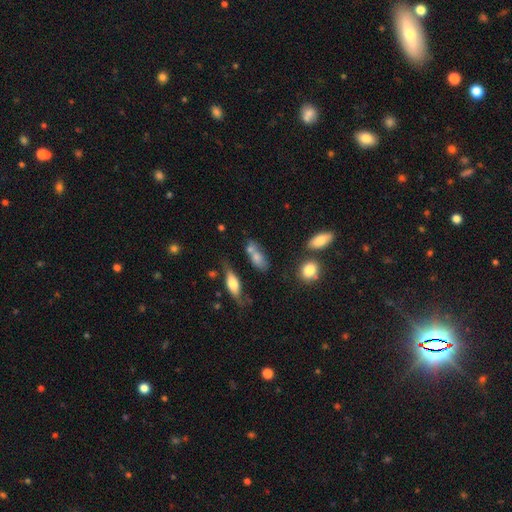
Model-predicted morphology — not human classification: The model was most divided on "merging": none: 43%, merger: 30%, minor disturbance: 18%, major disturbance: 9%. More confident: how rounded — in between (73%); smooth or featured — smooth (71%).